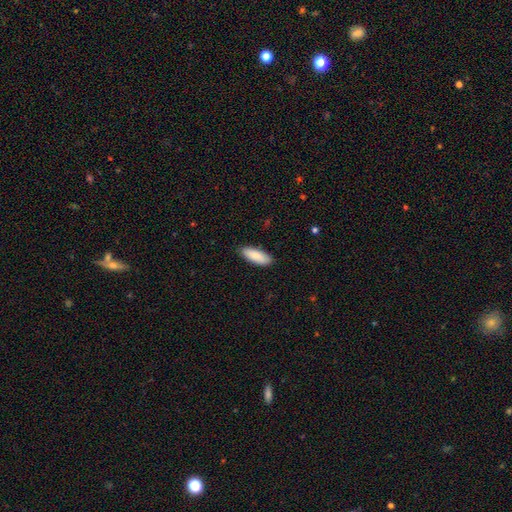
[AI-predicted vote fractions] Morphology: type=smooth (89%); roundness=in between (71%); merging=none (87%).